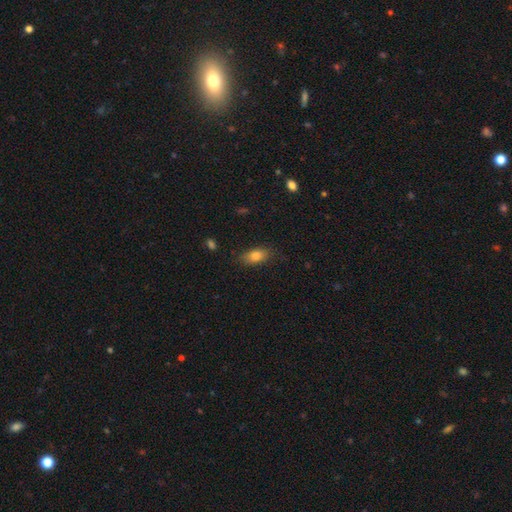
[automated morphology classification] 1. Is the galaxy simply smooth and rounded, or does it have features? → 82% smooth, 10% featured or disk, 8% star or artifact.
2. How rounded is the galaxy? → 85% in between, 9% cigar-shaped, 6% round.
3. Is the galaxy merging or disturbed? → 81% none, 14% minor disturbance, 4% major disturbance, 1% merger.